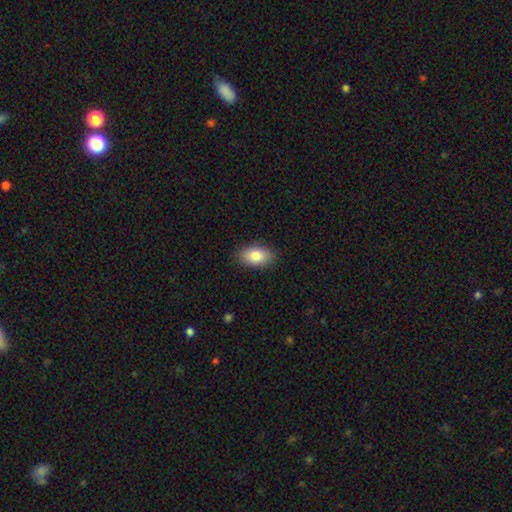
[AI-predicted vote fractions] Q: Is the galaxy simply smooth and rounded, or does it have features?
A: smooth — 84%.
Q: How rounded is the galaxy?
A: in between — 91%.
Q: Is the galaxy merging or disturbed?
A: none — 88%.